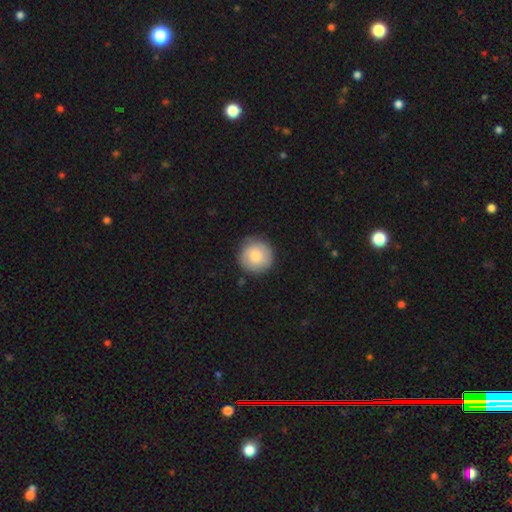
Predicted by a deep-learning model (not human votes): smooth 78%, featured or disk 16%, star or artifact 6%. Down the decision tree: how rounded — round (94%); merging — none (84%).